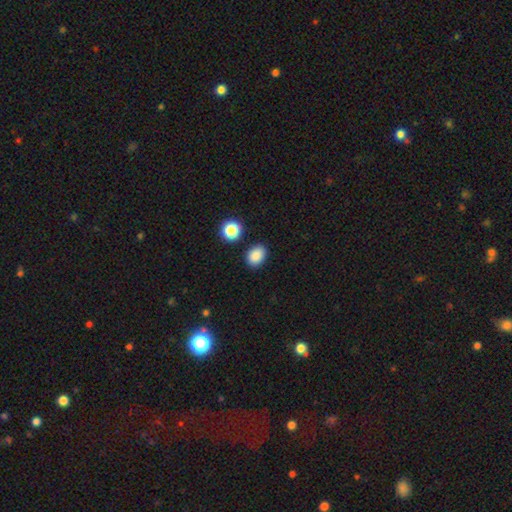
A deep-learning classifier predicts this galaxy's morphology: A smooth galaxy with no disk features (86%) that is in between round and cigar-shaped (71%).

Vote fractions:
- Smooth or featured? smooth: 86% / star or artifact: 10% / featured or disk: 4%
- How rounded? in between: 71% / round: 28% / cigar-shaped: 1%
- Merging? none: 84% / minor disturbance: 10% / merger: 4% / major disturbance: 3%